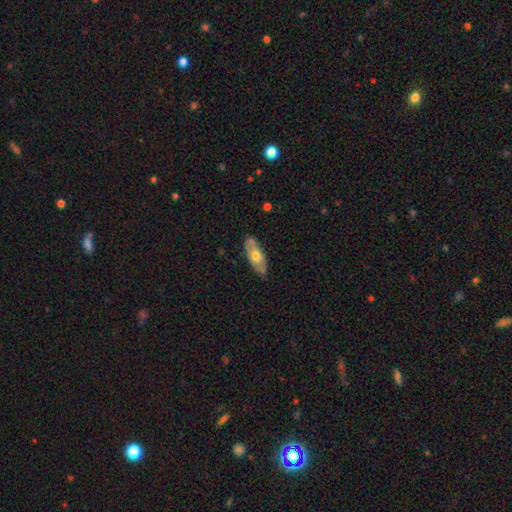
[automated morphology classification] A smooth galaxy with no disk features (49%).

Vote fractions:
- Smooth or featured? smooth: 49% / featured or disk: 45% / star or artifact: 6%
- Merging? none: 80% / minor disturbance: 16% / major disturbance: 3% / merger: 2%